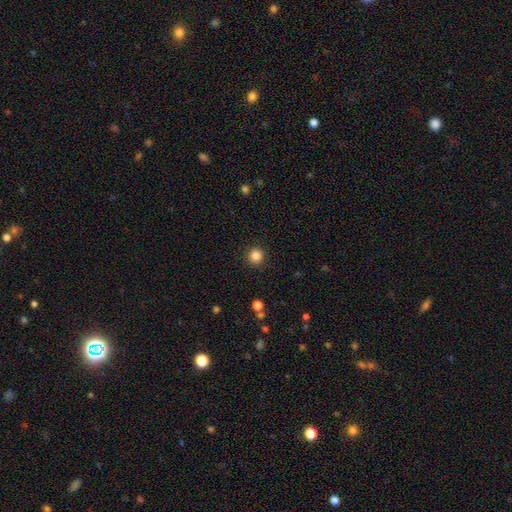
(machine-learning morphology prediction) smooth 85%, star or artifact 11%, featured or disk 3%. Down the decision tree: how rounded — round (94%); merging — none (92%).